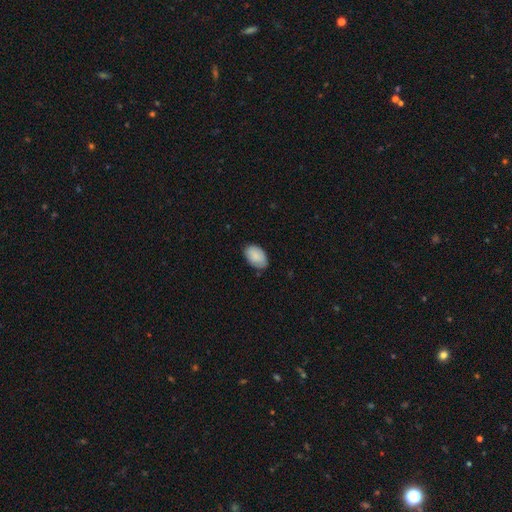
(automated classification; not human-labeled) The model was most divided on "merging": none: 77%, minor disturbance: 20%, major disturbance: 3%, merger: 1%. More confident: how rounded — in between (92%); smooth or featured — smooth (88%).